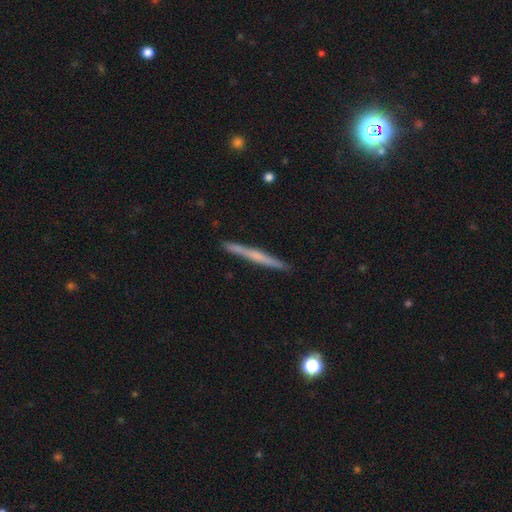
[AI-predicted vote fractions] Smooth or featured?
  - featured or disk: 55% *
  - smooth: 39%
  - star or artifact: 6%
Edge-on disk?
  - yes: 97% *
  - no: 3%
Edge-on bulge?
  - none: 65% *
  - rounded: 28%
  - boxy: 7%
Merging?
  - none: 91% *
  - minor disturbance: 6%
  - major disturbance: 1%
  - merger: 1%